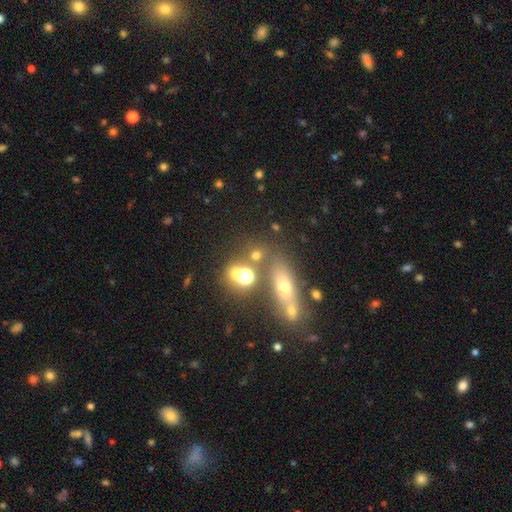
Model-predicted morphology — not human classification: smooth_or_featured: smooth (p=0.59) [alt: star or artifact p=0.29]
how_rounded: round (p=0.71) [alt: in between p=0.22]
merging: none (p=0.67) [alt: merger p=0.18]